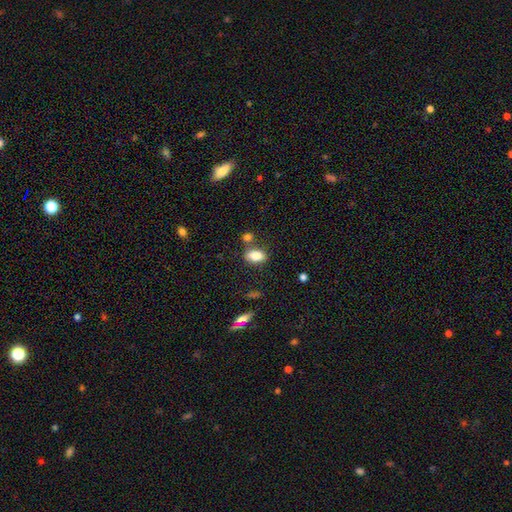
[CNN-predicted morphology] A smooth galaxy with no disk features (84%) that is in between round and cigar-shaped (88%).

Vote fractions:
- Smooth or featured? smooth: 84% / star or artifact: 9% / featured or disk: 7%
- How rounded? in between: 88% / round: 9% / cigar-shaped: 3%
- Merging? none: 65% / merger: 16% / minor disturbance: 15% / major disturbance: 4%